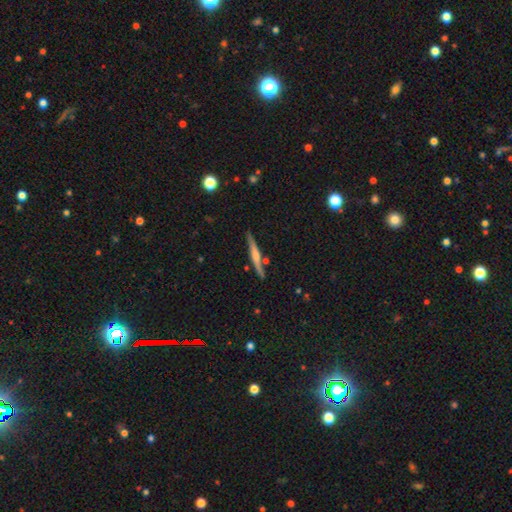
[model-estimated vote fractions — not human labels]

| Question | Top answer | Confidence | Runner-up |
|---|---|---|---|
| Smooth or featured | featured or disk | 61% | smooth (33%) |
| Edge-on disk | yes | 96% | no (4%) |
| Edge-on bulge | rounded | 57% | none (26%) |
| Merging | none | 81% | minor disturbance (11%) |